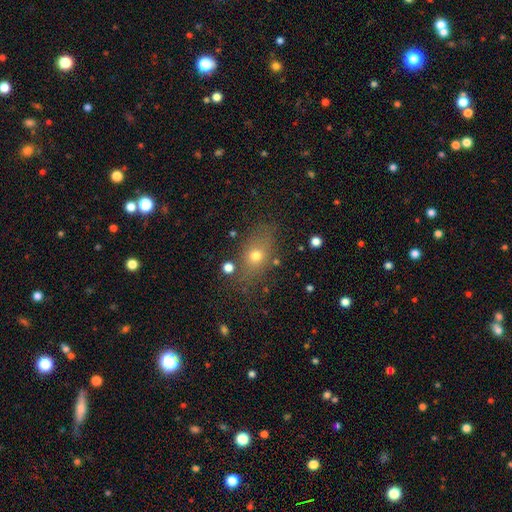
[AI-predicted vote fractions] Smooth or featured? Predicted: smooth (p=0.65). How rounded? Predicted: in between (p=0.65). Merging? Predicted: none (p=0.74).